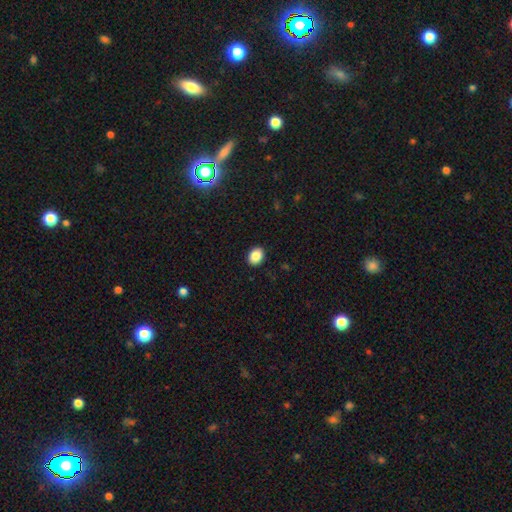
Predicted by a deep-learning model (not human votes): Smooth or featured? smooth (88%)
How rounded? in between (59%)
Merging? none (91%)